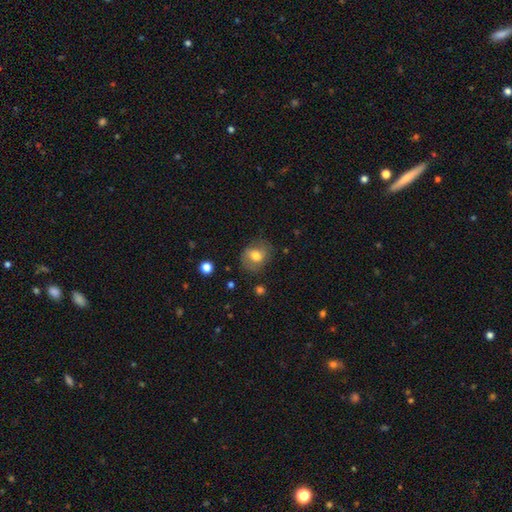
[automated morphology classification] The model was most divided on "how rounded": round: 58%, in between: 41%, cigar-shaped: 1%. More confident: merging — none (70%); smooth or featured — smooth (68%).